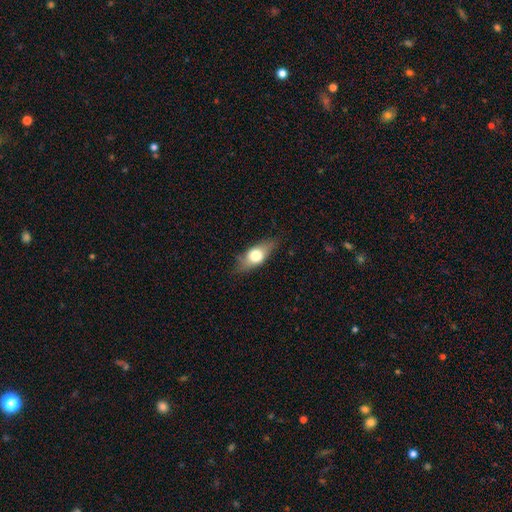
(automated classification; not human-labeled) Smooth or featured? smooth (59%)
How rounded? in between (72%)
Merging? none (77%)